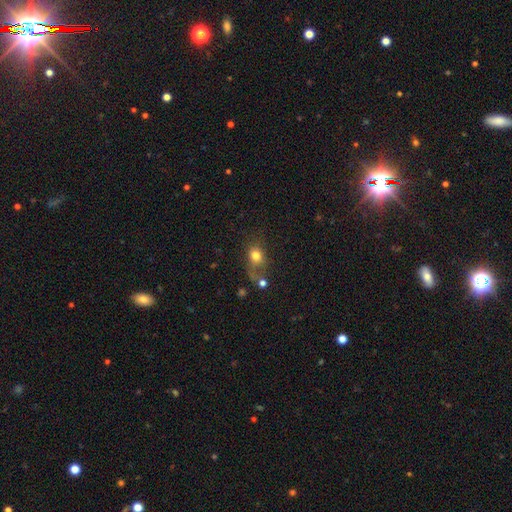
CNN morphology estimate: smooth 76%, featured or disk 12%, star or artifact 12%. Down the decision tree: how rounded — round (57%); merging — none (43%).